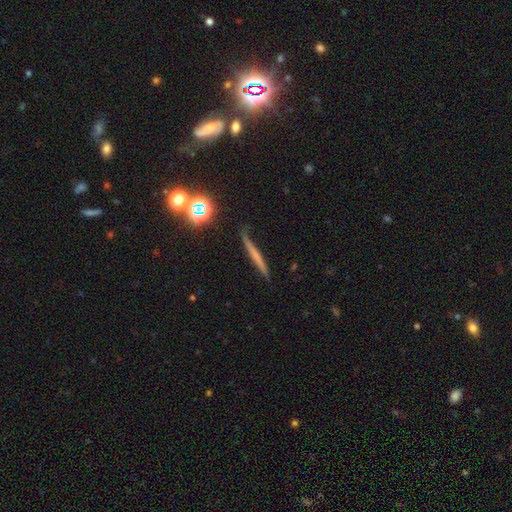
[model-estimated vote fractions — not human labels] Smooth or featured? Predicted: smooth (p=0.46). Merging? Predicted: none (p=0.84).